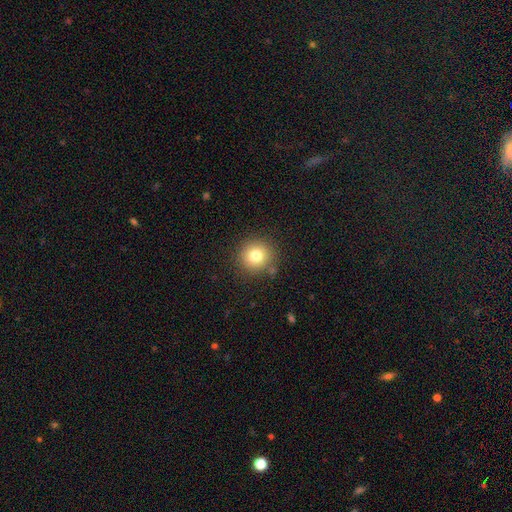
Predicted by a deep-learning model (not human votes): A smooth galaxy with no disk features (78%) that is round (93%). Merging: none (86%).